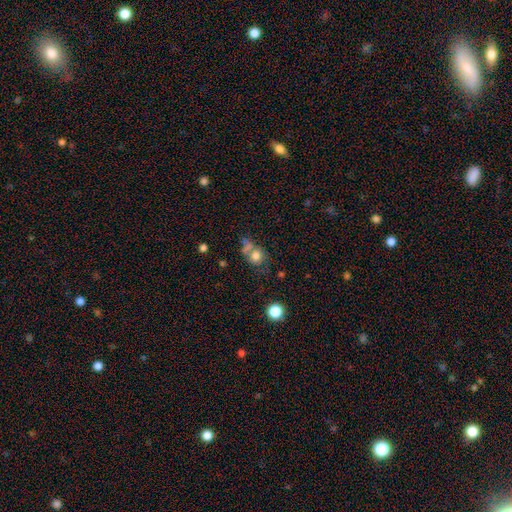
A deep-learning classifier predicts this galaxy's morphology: This is likely a smooth galaxy (71%). How rounded: likely round (70%). Merging: marginally none (39%).